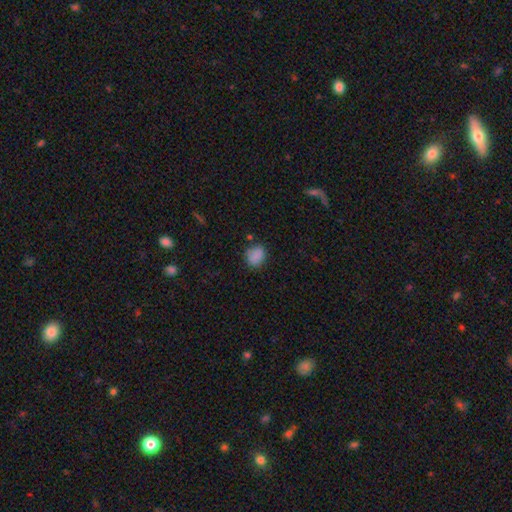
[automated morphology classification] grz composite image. It shows a smooth galaxy with no disk features (85%) that is round (50%). Merging: none (75%).